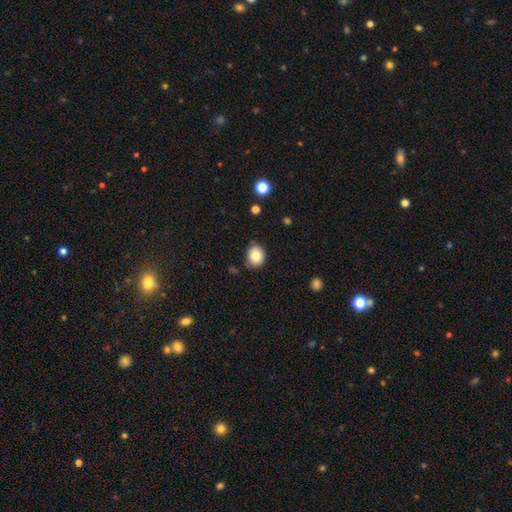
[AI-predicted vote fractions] A smooth galaxy with no disk features (82%) that is round (68%).

Vote fractions:
- Smooth or featured? smooth: 82% / star or artifact: 10% / featured or disk: 8%
- How rounded? round: 68% / in between: 31% / cigar-shaped: 1%
- Merging? none: 80% / minor disturbance: 15% / merger: 3% / major disturbance: 3%